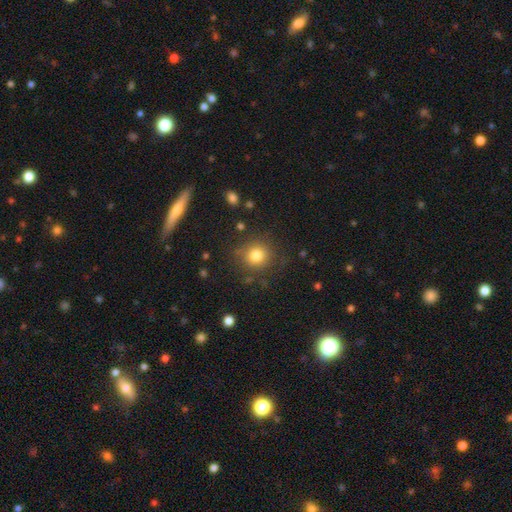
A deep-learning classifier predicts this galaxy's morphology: Smooth or featured?
  - smooth: 80% *
  - star or artifact: 13%
  - featured or disk: 8%
How rounded?
  - round: 90% *
  - in between: 9%
  - cigar-shaped: 1%
Merging?
  - none: 83% *
  - minor disturbance: 10%
  - major disturbance: 4%
  - merger: 2%